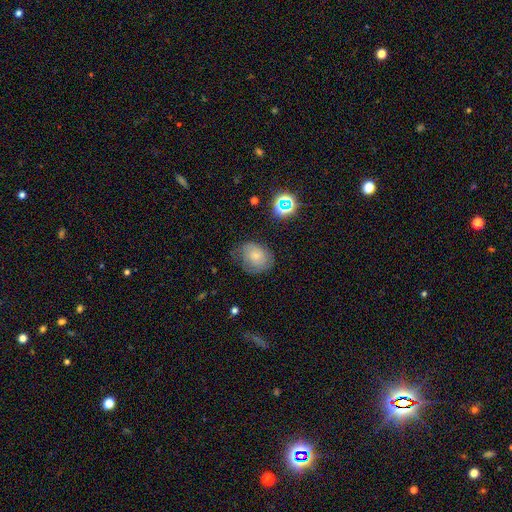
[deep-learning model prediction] Smooth or featured? Predicted: smooth (p=0.60). How rounded? Predicted: in between (p=0.51). Merging? Predicted: none (p=0.54).